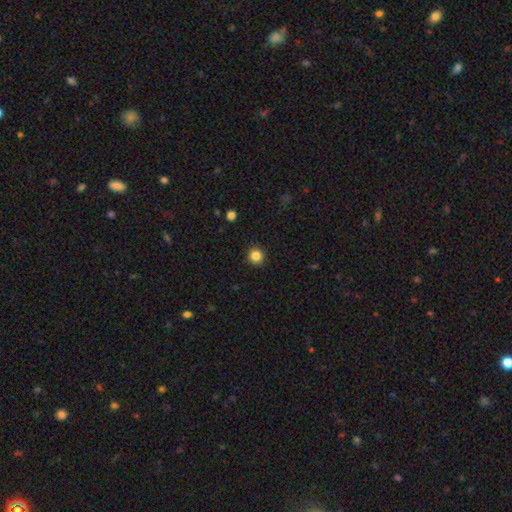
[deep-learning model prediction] Smooth or featured?
  - smooth: 85% *
  - star or artifact: 11%
  - featured or disk: 4%
How rounded?
  - round: 95% *
  - in between: 4%
  - cigar-shaped: 1%
Merging?
  - none: 92% *
  - minor disturbance: 5%
  - major disturbance: 2%
  - merger: 1%